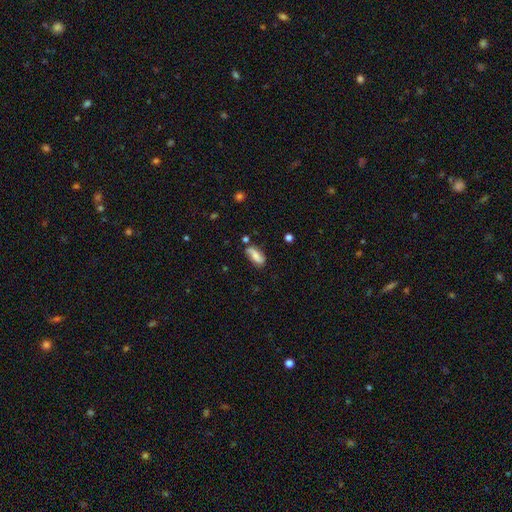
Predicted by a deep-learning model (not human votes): smooth-or-featured: smooth: 56% | featured or disk: 36% | star or artifact: 8%
  how-rounded: in between: 80% | cigar-shaped: 16% | round: 4%
  merging: none: 69% | minor disturbance: 21% | major disturbance: 5% | merger: 5%